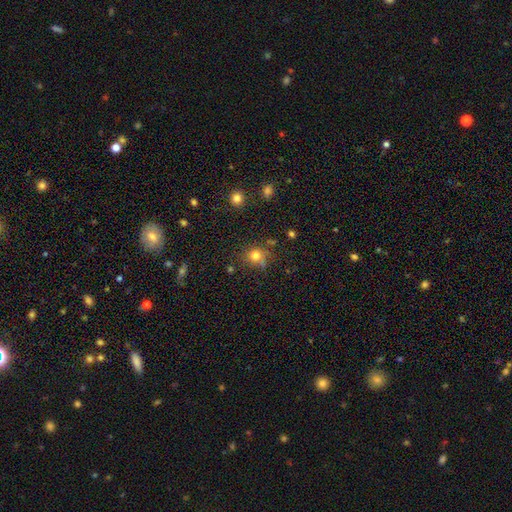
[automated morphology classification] Smooth or featured?
  - smooth: 76% *
  - star or artifact: 16%
  - featured or disk: 7%
How rounded?
  - round: 84% *
  - in between: 15%
  - cigar-shaped: 1%
Merging?
  - none: 72% *
  - minor disturbance: 15%
  - merger: 7%
  - major disturbance: 5%